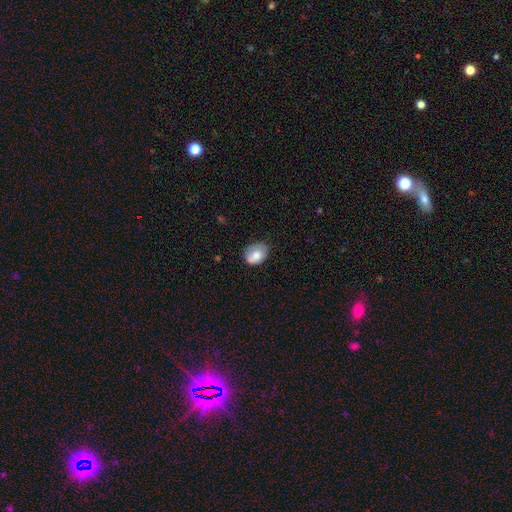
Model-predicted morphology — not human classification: smooth_or_featured: smooth (p=0.75) [alt: featured or disk p=0.17]
how_rounded: in between (p=0.61) [alt: round p=0.39]
merging: none (p=0.60) [alt: minor disturbance p=0.29]